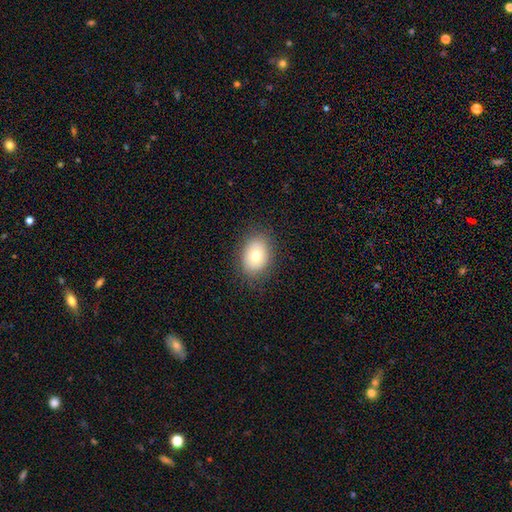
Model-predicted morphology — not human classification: Smooth or featured? Predicted: smooth (p=0.72). How rounded? Predicted: in between (p=0.63). Merging? Predicted: none (p=0.84).